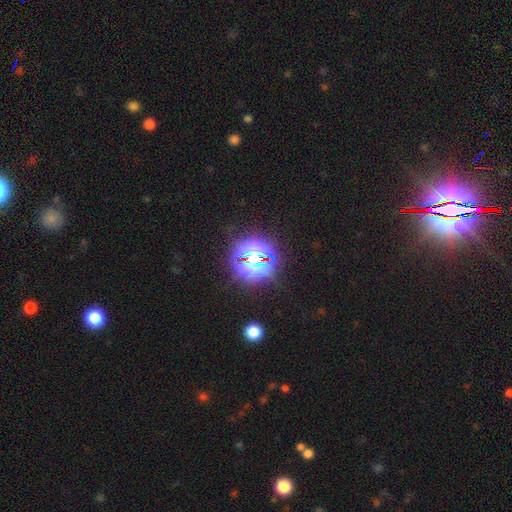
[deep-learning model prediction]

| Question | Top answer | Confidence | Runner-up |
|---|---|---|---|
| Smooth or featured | star or artifact | 70% | smooth (19%) |